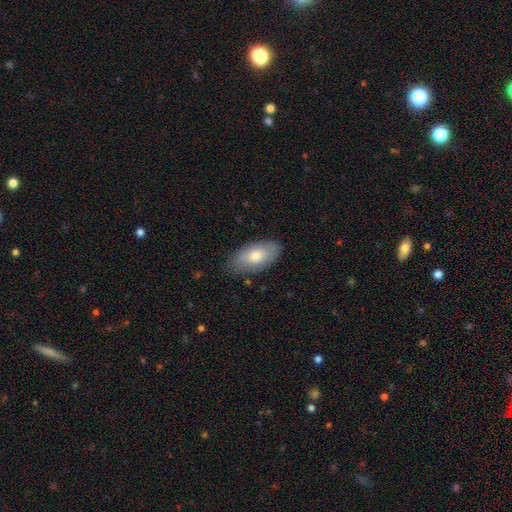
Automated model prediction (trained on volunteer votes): Morphology: type=smooth (74%); roundness=in between (93%); merging=none (81%).